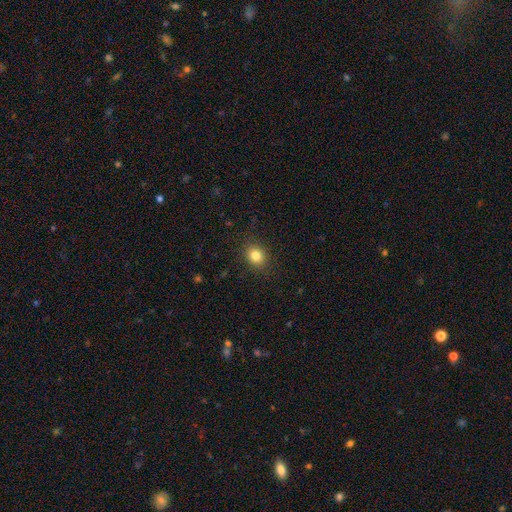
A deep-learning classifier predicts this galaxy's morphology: Smooth or featured?
  - smooth: 82% *
  - star or artifact: 11%
  - featured or disk: 6%
How rounded?
  - round: 63% *
  - in between: 36%
  - cigar-shaped: 1%
Merging?
  - none: 88% *
  - minor disturbance: 8%
  - major disturbance: 3%
  - merger: 1%